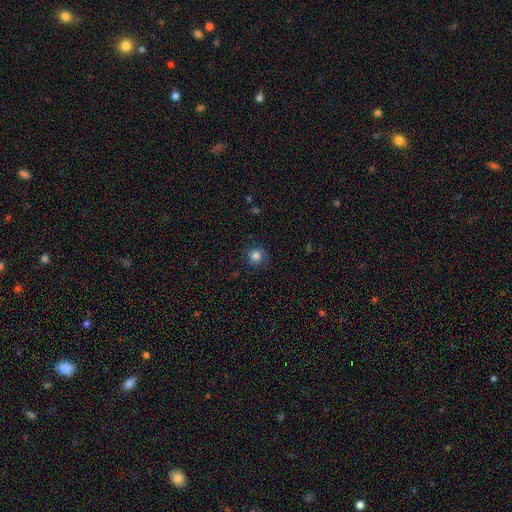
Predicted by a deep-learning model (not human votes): Smooth or featured? smooth (82%)
How rounded? round (92%)
Merging? none (85%)